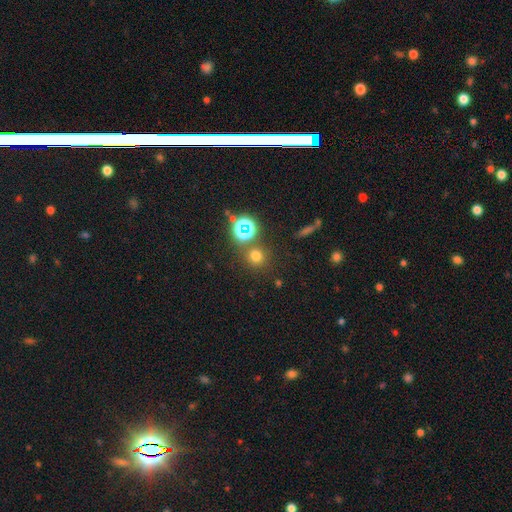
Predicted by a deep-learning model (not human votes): Q: Smooth or featured?
A: smooth (66%); runner-up: star or artifact (27%)
Q: How rounded?
A: round (93%); runner-up: in between (6%)
Q: Merging?
A: none (80%); runner-up: merger (8%)